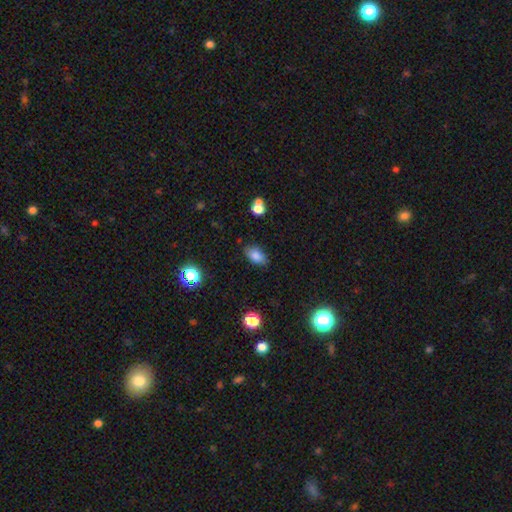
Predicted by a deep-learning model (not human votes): The model was most divided on "merging": none: 82%, minor disturbance: 13%, major disturbance: 3%, merger: 2%. More confident: how rounded — in between (89%); smooth or featured — smooth (83%).